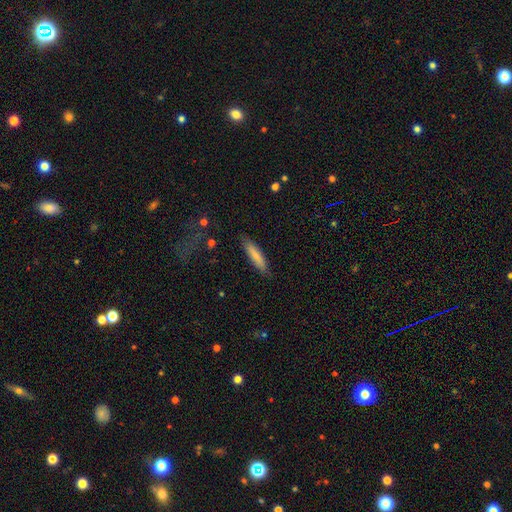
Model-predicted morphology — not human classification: This is likely a smooth galaxy (79%). How rounded: clearly cigar-shaped (81%). Merging: clearly none (84%).